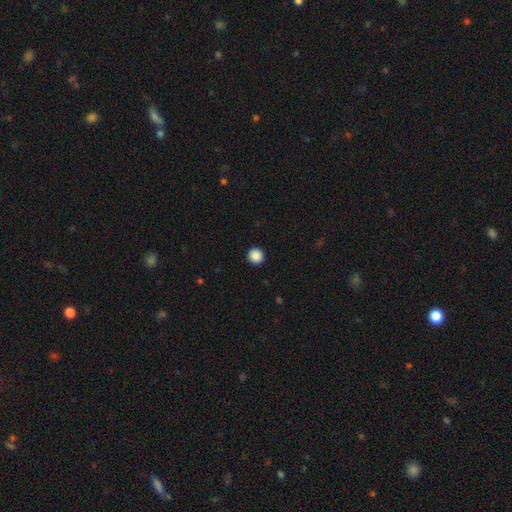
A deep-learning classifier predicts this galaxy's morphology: A smooth galaxy with no disk features (89%) that is round (95%).

Vote fractions:
- Smooth or featured? smooth: 89% / star or artifact: 9% / featured or disk: 2%
- How rounded? round: 95% / in between: 4% / cigar-shaped: 1%
- Merging? none: 94% / minor disturbance: 4% / major disturbance: 2% / merger: 1%